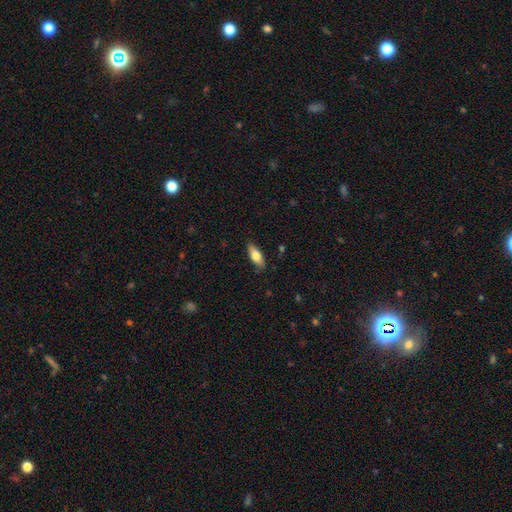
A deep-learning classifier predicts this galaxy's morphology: The model was most divided on "smooth or featured": smooth: 67%, featured or disk: 27%, star or artifact: 6%. More confident: merging — none (86%); how rounded — in between (71%).